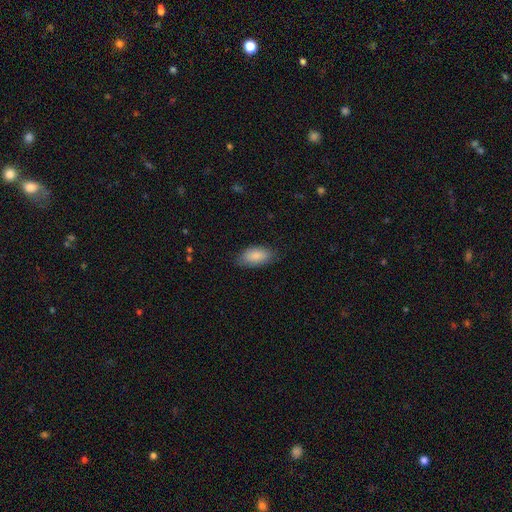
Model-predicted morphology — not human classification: smooth-or-featured: smooth: 86% | featured or disk: 8% | star or artifact: 6%
  how-rounded: in between: 92% | cigar-shaped: 5% | round: 3%
  merging: none: 78% | minor disturbance: 17% | major disturbance: 4% | merger: 1%